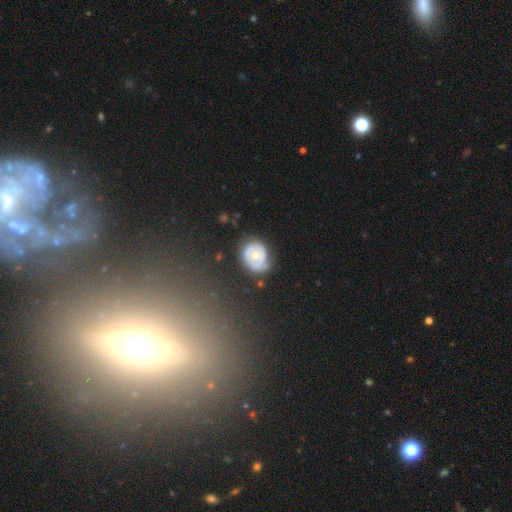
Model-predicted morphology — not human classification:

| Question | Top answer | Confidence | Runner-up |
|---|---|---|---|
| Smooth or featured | featured or disk | 60% | smooth (33%) |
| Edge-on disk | no | 97% | yes (3%) |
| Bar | no | 84% | weak (13%) |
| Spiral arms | no | 55% | yes (45%) |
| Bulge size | moderate | 74% | small (21%) |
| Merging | none | 57% | minor disturbance (29%) |